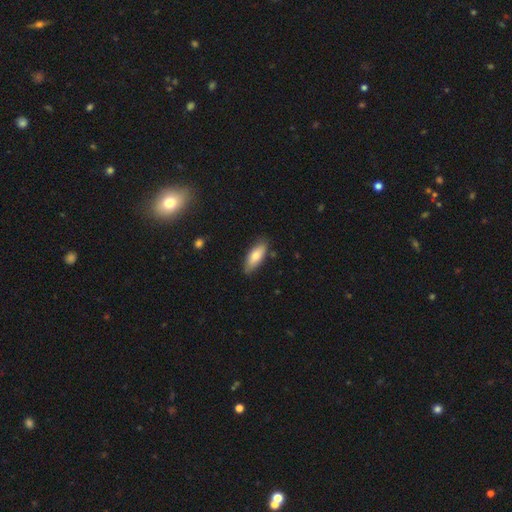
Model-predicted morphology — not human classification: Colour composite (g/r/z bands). It shows a smooth galaxy with no disk features (78%) that is in between round and cigar-shaped (71%). Merging: none (81%).